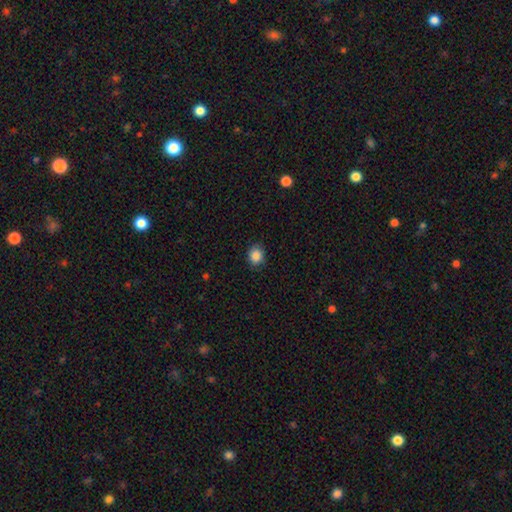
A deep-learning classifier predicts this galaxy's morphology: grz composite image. It shows a smooth galaxy with no disk features (87%) that is round (74%). Merging: none (86%).